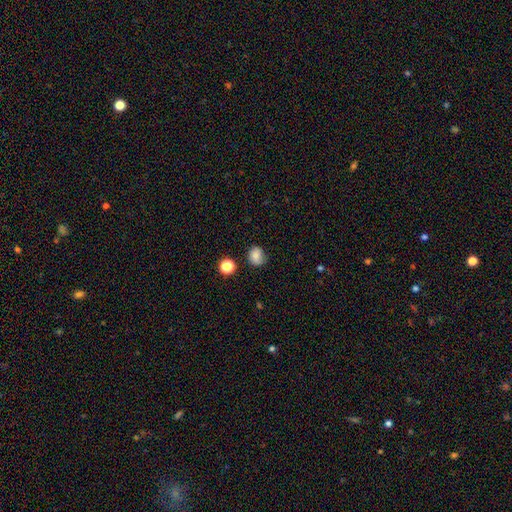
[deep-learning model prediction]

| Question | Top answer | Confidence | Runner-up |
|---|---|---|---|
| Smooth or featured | smooth | 77% | featured or disk (12%) |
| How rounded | round | 70% | in between (29%) |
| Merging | none | 70% | minor disturbance (22%) |